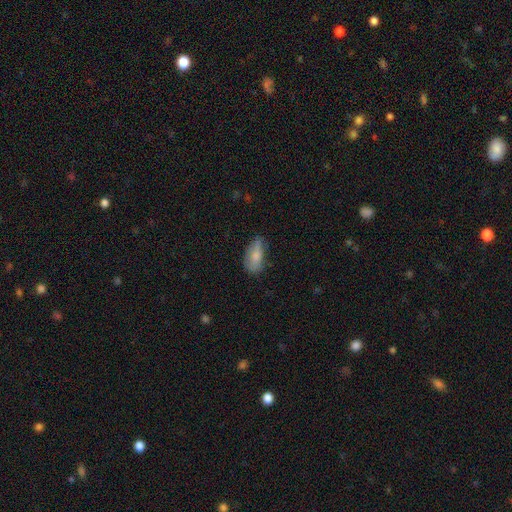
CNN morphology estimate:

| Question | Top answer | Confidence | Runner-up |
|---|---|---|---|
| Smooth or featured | smooth | 74% | featured or disk (19%) |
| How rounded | in between | 86% | cigar-shaped (10%) |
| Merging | none | 52% | minor disturbance (34%) |